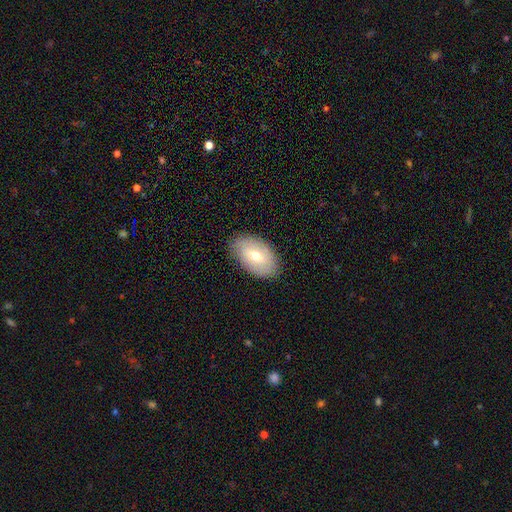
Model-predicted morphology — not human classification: Q: Smooth or featured?
A: smooth (55%); runner-up: featured or disk (38%)
Q: How rounded?
A: in between (91%); runner-up: round (7%)
Q: Merging?
A: none (84%); runner-up: minor disturbance (12%)